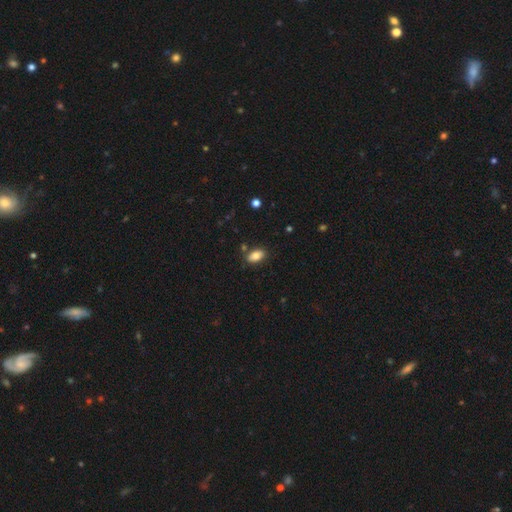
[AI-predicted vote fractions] Smooth or featured?
  - smooth: 83% *
  - featured or disk: 9%
  - star or artifact: 8%
How rounded?
  - in between: 91% *
  - round: 7%
  - cigar-shaped: 3%
Merging?
  - none: 81% *
  - minor disturbance: 11%
  - merger: 5%
  - major disturbance: 3%